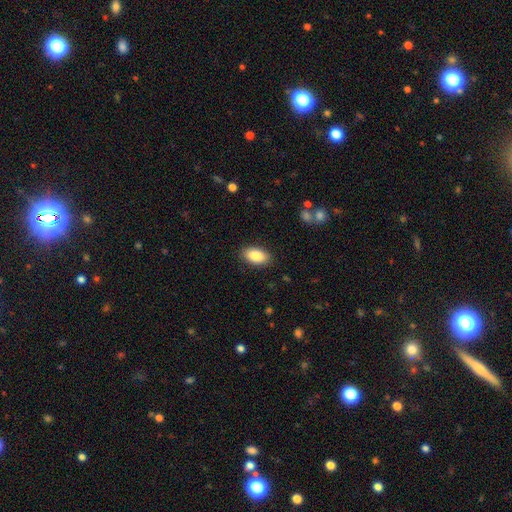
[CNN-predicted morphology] Smooth or featured: smooth — 87% (star or artifact — 7%)
How rounded: in between — 94% (round — 4%)
Merging: none — 88% (minor disturbance — 8%)